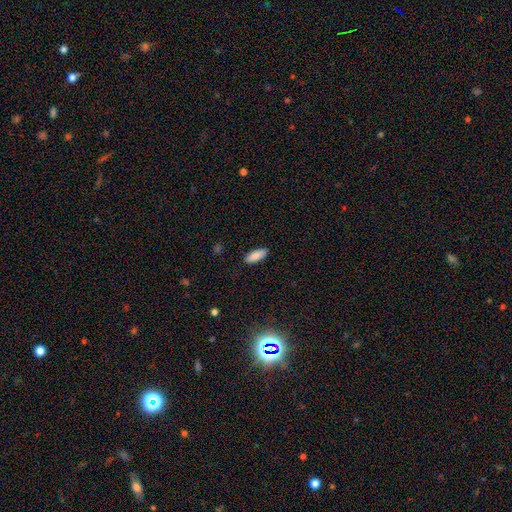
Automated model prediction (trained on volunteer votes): The model was most divided on "how rounded": in between: 76%, cigar-shaped: 22%, round: 2%. More confident: merging — none (88%); smooth or featured — smooth (85%).